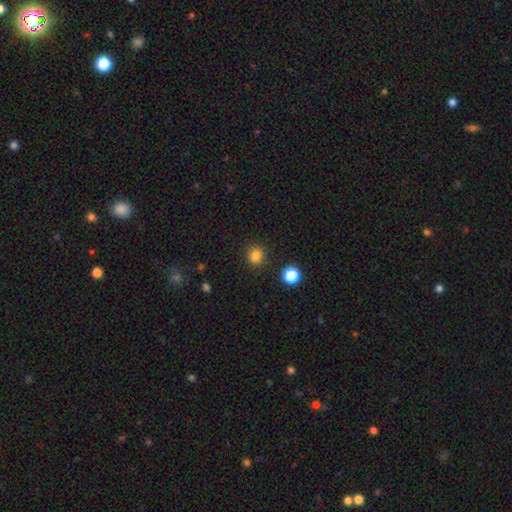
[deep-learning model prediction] This is clearly a smooth galaxy (83%). How rounded: clearly round (85%). Merging: clearly none (89%).